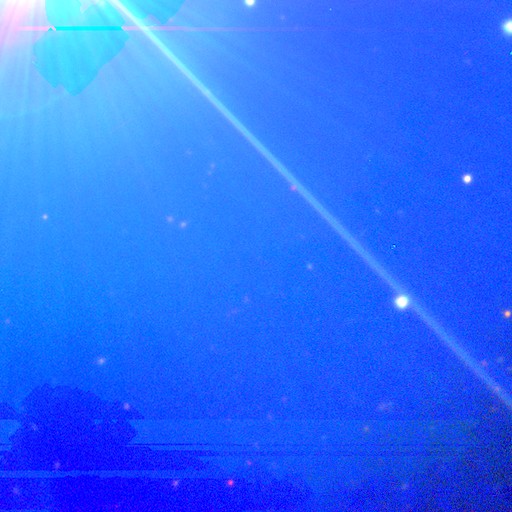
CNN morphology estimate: type=star or artifact (83%).